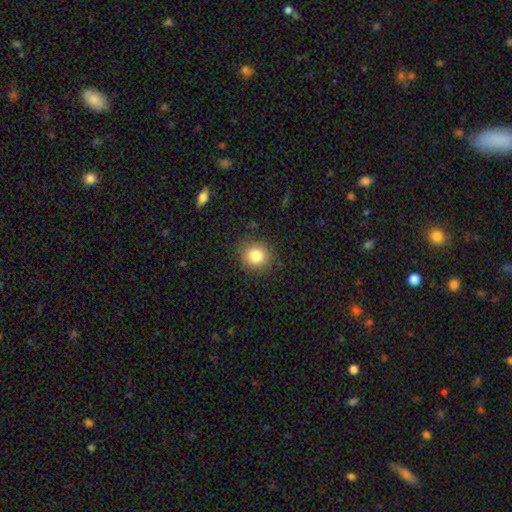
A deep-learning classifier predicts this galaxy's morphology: Smooth or featured? Predicted: smooth (p=0.82). How rounded? Predicted: round (p=0.86). Merging? Predicted: none (p=0.87).